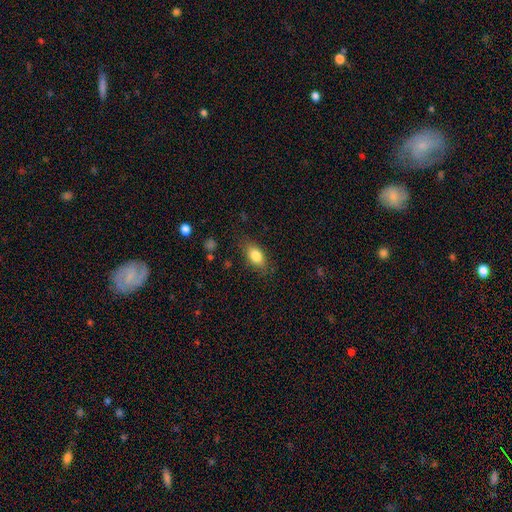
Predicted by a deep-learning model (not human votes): This appears to be a smooth galaxy with no disk features (82%) that is in between round and cigar-shaped (85%). Merging: none (80%).